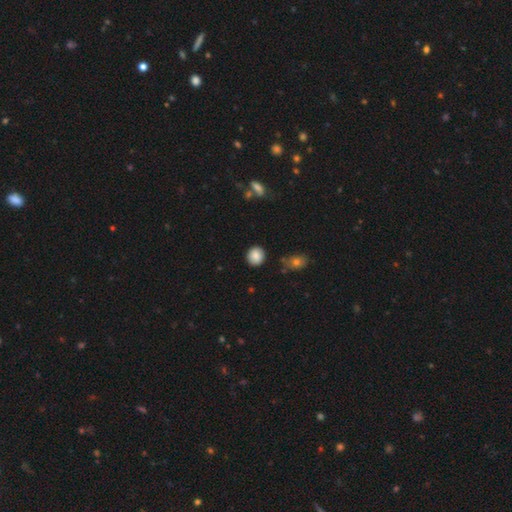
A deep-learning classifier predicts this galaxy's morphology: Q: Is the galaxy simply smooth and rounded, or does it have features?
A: smooth — 87%.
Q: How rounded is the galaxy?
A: round — 82%.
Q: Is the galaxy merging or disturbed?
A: none — 87%.